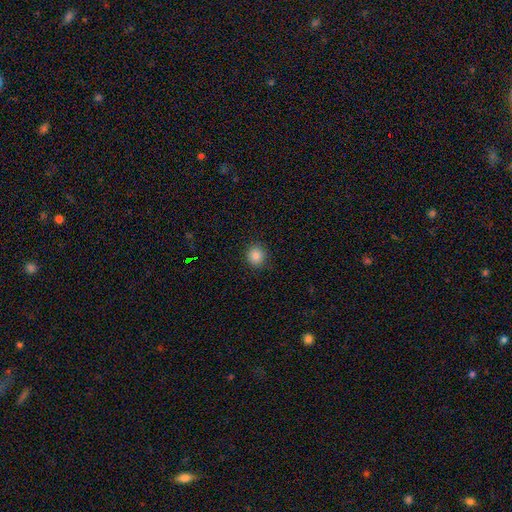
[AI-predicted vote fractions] smooth_or_featured: smooth (p=0.86) [alt: star or artifact p=0.10]
how_rounded: round (p=0.87) [alt: in between p=0.12]
merging: none (p=0.89) [alt: minor disturbance p=0.07]